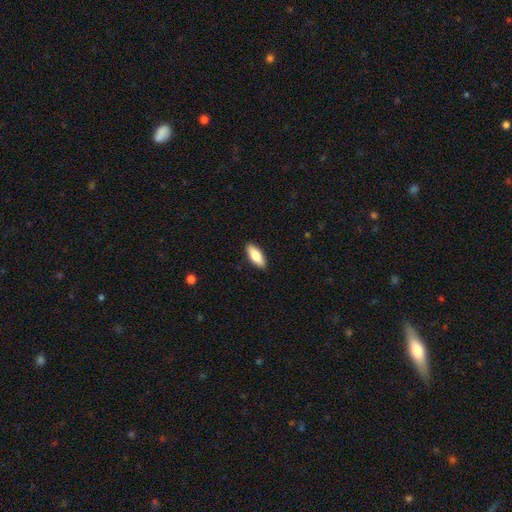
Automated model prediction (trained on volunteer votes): smooth-or-featured: smooth: 79% | featured or disk: 15% | star or artifact: 6%
  how-rounded: in between: 76% | cigar-shaped: 22% | round: 2%
  merging: none: 90% | minor disturbance: 7% | major disturbance: 2% | merger: 1%